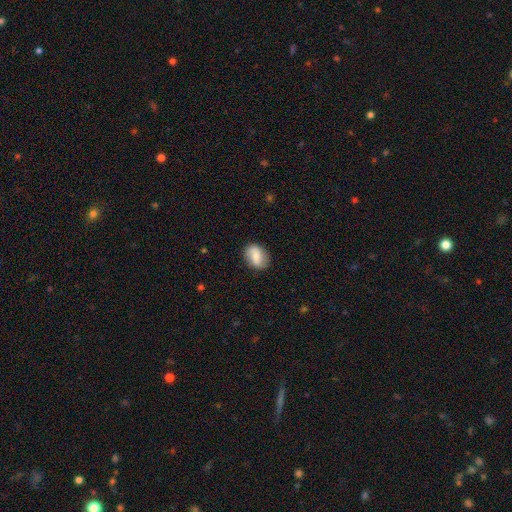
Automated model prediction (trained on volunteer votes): A smooth galaxy with no disk features (75%) that is in between round and cigar-shaped (77%). Merging: none (80%).